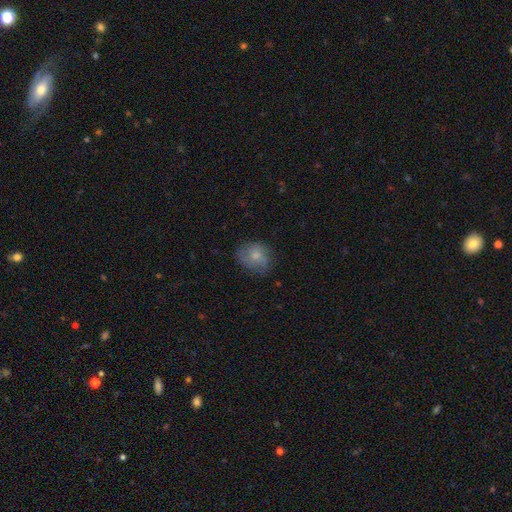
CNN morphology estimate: A smooth galaxy with no disk features (70%) that is round (67%). Merging: none (64%).